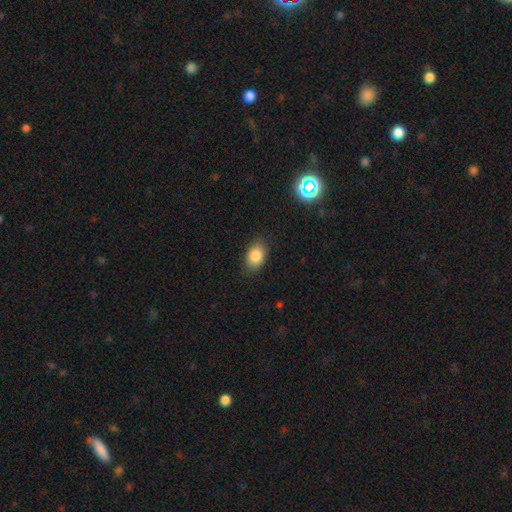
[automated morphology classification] A smooth galaxy with no disk features (85%) that is in between round and cigar-shaped (84%). Merging: none (84%).